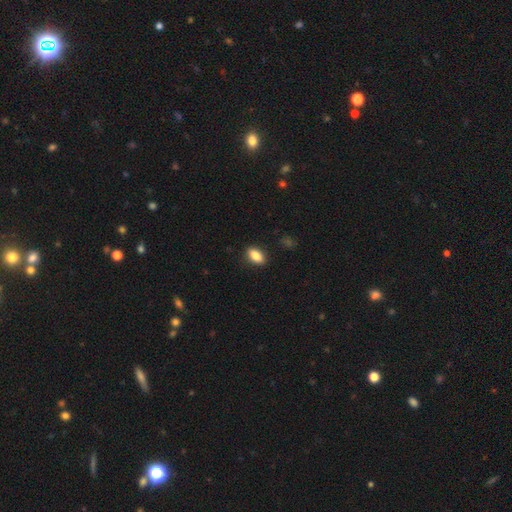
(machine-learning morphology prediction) A smooth galaxy with no disk features (85%) that is in between round and cigar-shaped (87%).

Vote fractions:
- Smooth or featured? smooth: 85% / featured or disk: 8% / star or artifact: 8%
- How rounded? in between: 87% / cigar-shaped: 7% / round: 6%
- Merging? none: 87% / minor disturbance: 9% / major disturbance: 2% / merger: 1%